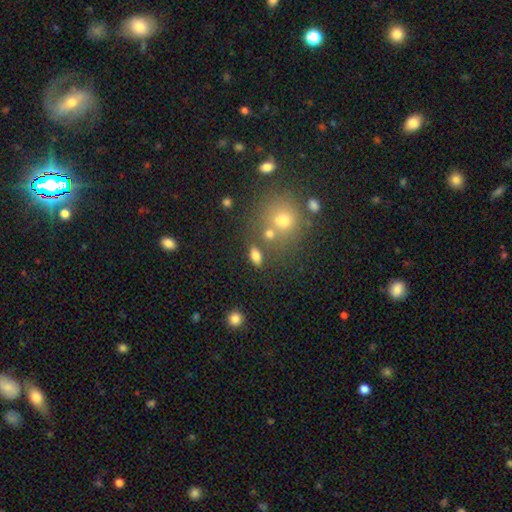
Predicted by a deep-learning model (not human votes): smooth 77%, star or artifact 12%, featured or disk 11%. Down the decision tree: how rounded — in between (82%); merging — none (73%).